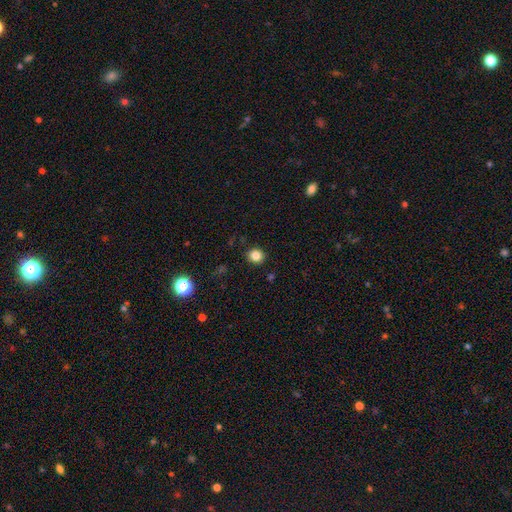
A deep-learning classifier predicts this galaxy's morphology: A smooth galaxy with no disk features (83%) that is round (85%). Merging: none (90%).